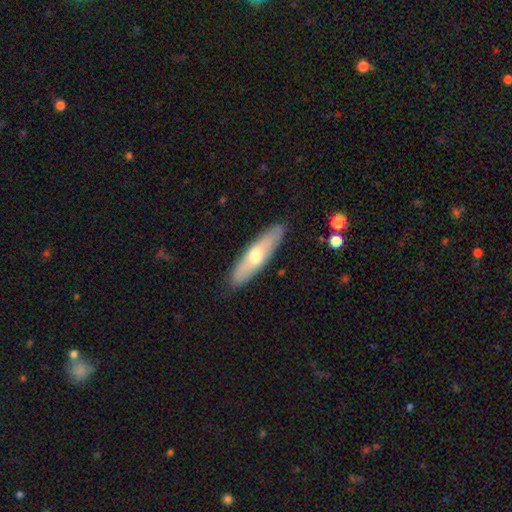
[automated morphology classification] A smooth galaxy with no disk features (51%) that is cigar-shaped (67%).

Vote fractions:
- Smooth or featured? smooth: 51% / featured or disk: 43% / star or artifact: 6%
- How rounded? cigar-shaped: 67% / in between: 31% / round: 2%
- Merging? none: 88% / minor disturbance: 9% / major disturbance: 2% / merger: 1%